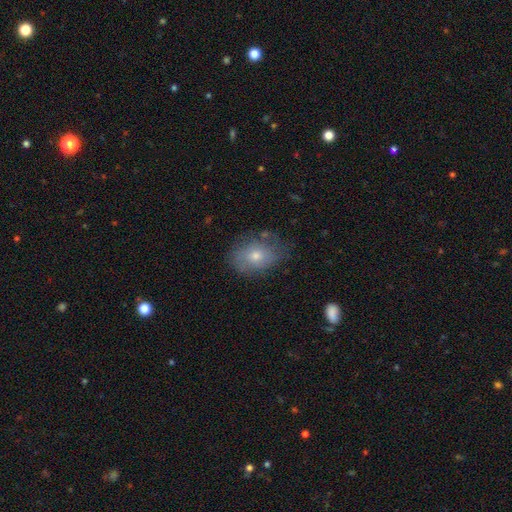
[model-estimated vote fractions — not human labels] smooth 54%, featured or disk 36%, star or artifact 11%. Down the decision tree: how rounded — in between (71%); merging — none (67%).